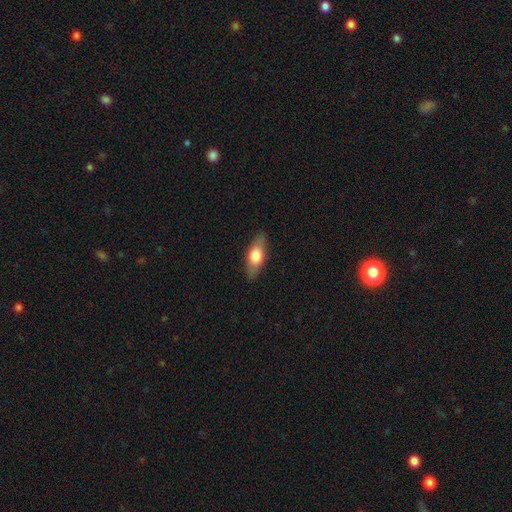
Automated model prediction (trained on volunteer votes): Q: Smooth or featured?
A: smooth (67%); runner-up: featured or disk (27%)
Q: How rounded?
A: in between (72%); runner-up: cigar-shaped (25%)
Q: Merging?
A: none (85%); runner-up: minor disturbance (11%)